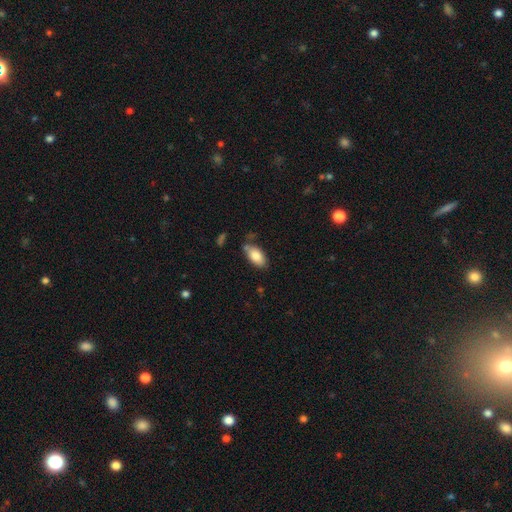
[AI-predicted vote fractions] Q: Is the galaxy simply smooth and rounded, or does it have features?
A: smooth — 83%.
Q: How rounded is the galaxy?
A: in between — 92%.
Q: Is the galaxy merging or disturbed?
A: none — 69%.